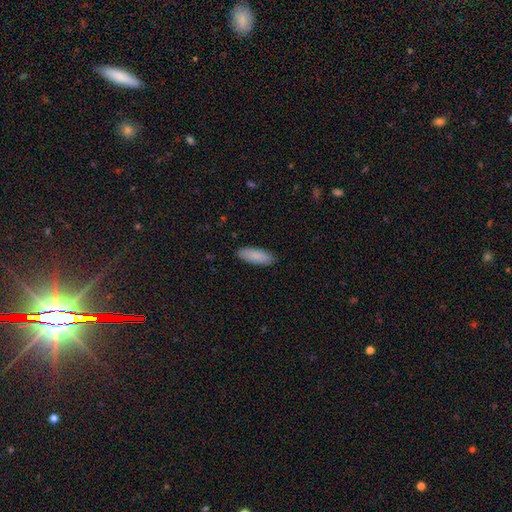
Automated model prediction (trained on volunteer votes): This appears to be a smooth galaxy with no disk features (88%) that is in between round and cigar-shaped (66%). Merging: none (88%).